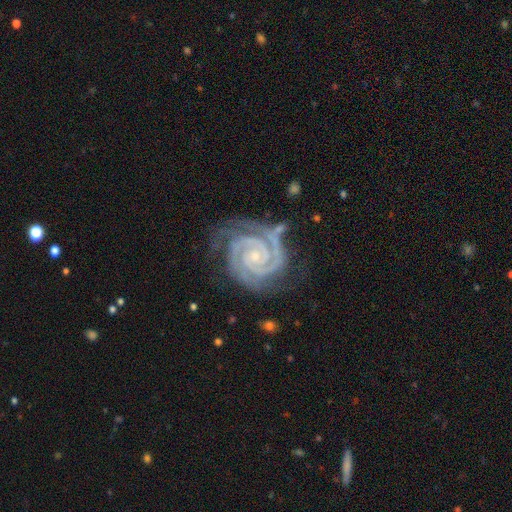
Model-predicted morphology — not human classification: smooth_or_featured: featured or disk (p=0.94) [alt: star or artifact p=0.04]
disk_edge_on: no (p=0.98) [alt: yes p=0.02]
bar: no (p=0.66) [alt: weak p=0.21]
has_spiral_arms: yes (p=0.99) [alt: no p=0.01]
spiral_winding: tight (p=0.84) [alt: medium p=0.14]
spiral_arm_count: 2 (p=0.66) [alt: 3 p=0.21]
bulge_size: small (p=0.79) [alt: moderate p=0.16]
merging: none (p=0.71) [alt: minor disturbance p=0.20]